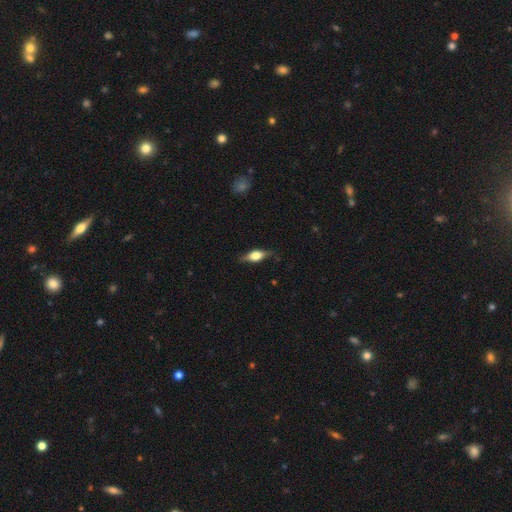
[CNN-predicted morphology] A featured or disk galaxy (50%) viewed edge-on (91%). Merging: none (79%).